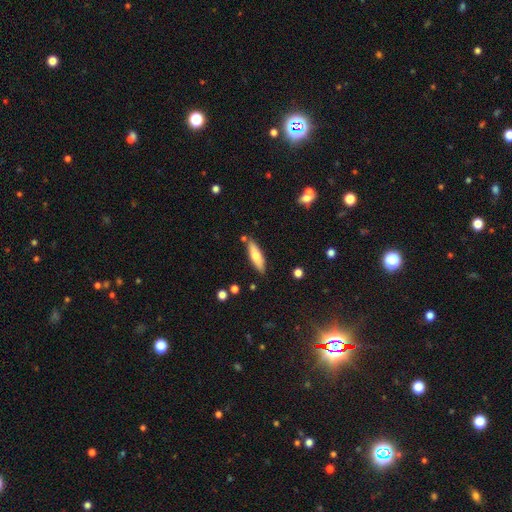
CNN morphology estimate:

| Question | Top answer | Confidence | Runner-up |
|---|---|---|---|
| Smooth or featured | smooth | 64% | featured or disk (30%) |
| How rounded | cigar-shaped | 63% | in between (35%) |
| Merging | none | 83% | minor disturbance (11%) |